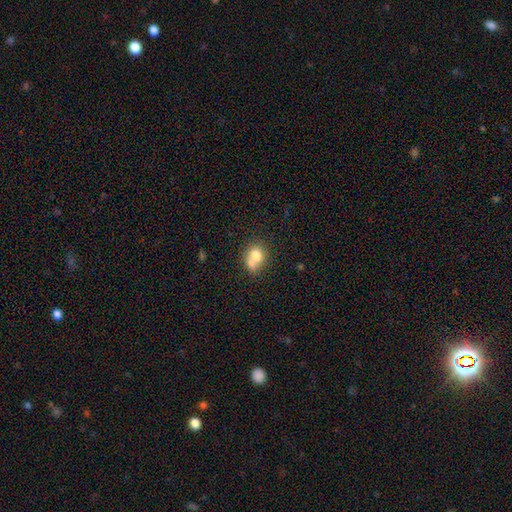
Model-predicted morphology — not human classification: This is likely a smooth galaxy (72%). How rounded: likely round (61%). Merging: possibly merger (50%).